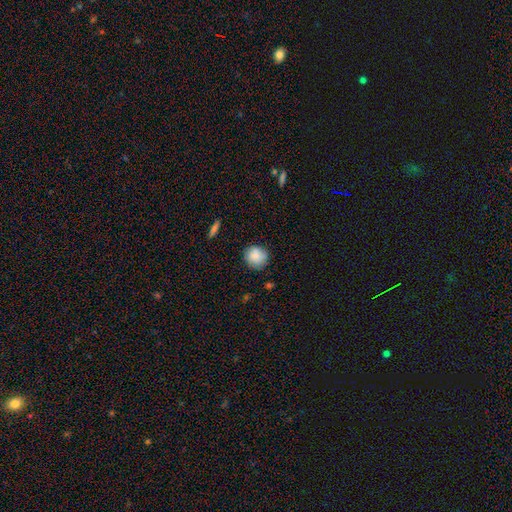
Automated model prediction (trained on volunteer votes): This is clearly a smooth galaxy (83%). How rounded: clearly round (88%). Merging: likely none (79%).